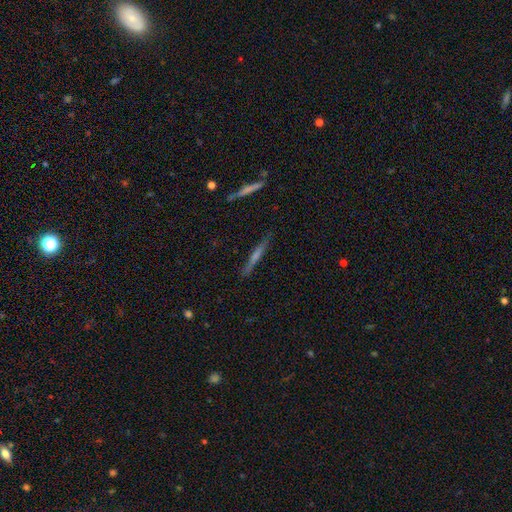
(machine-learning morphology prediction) type=featured or disk (52%); edge-on=yes (94%); merging=none (86%).